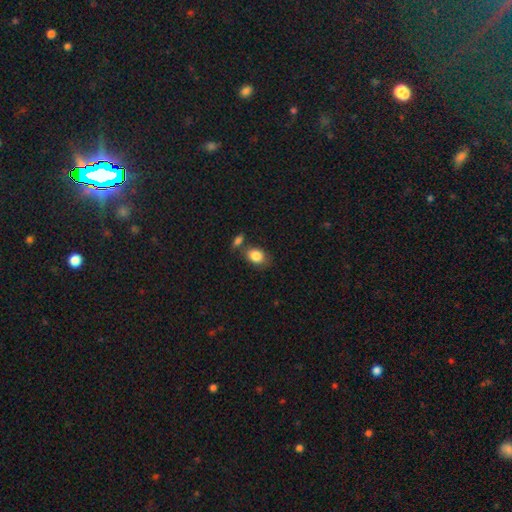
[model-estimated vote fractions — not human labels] smooth 85%, star or artifact 8%, featured or disk 7%. Down the decision tree: how rounded — in between (72%); merging — none (62%).